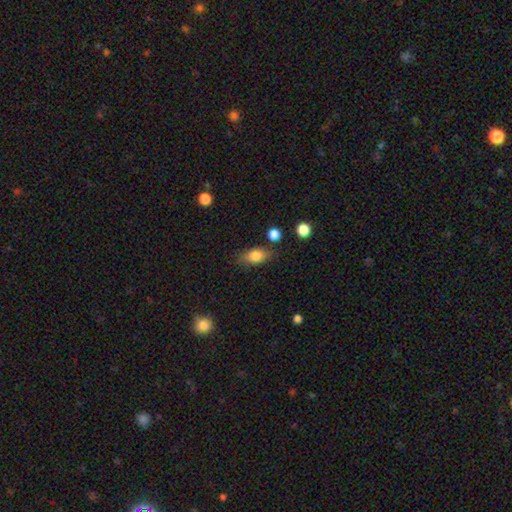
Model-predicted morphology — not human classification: smooth-or-featured: smooth: 78% | featured or disk: 13% | star or artifact: 9%
  how-rounded: in between: 81% | round: 12% | cigar-shaped: 7%
  merging: none: 77% | minor disturbance: 16% | major disturbance: 4% | merger: 4%